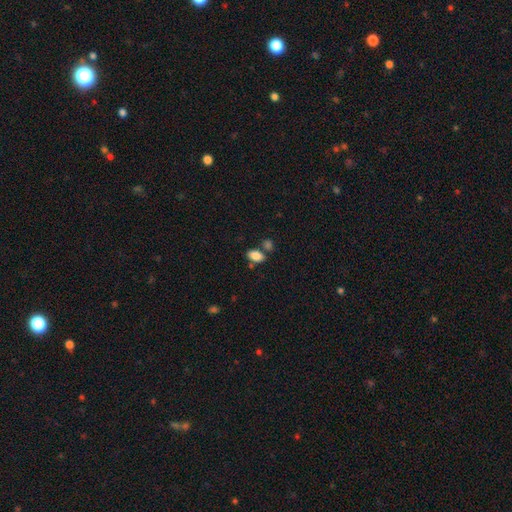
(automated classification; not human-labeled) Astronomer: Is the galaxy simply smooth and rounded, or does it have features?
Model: smooth — 86%.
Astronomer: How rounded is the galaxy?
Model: in between — 91%.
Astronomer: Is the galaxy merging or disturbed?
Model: none — 68%.